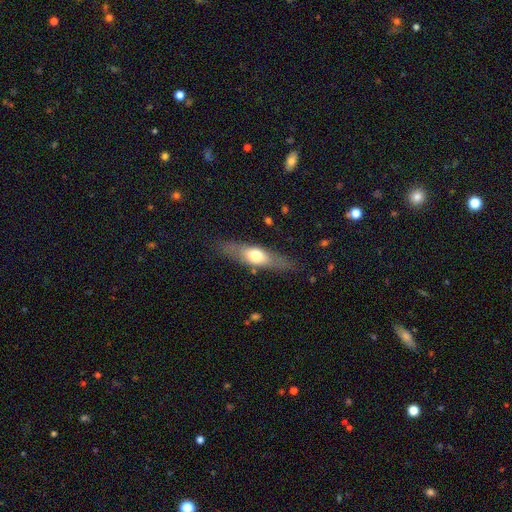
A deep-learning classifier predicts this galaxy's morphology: Smooth or featured: smooth — 51% (featured or disk — 42%)
How rounded: cigar-shaped — 55% (in between — 42%)
Merging: none — 80% (minor disturbance — 14%)